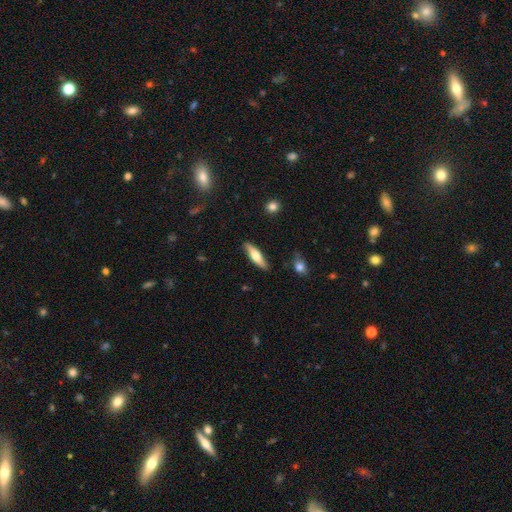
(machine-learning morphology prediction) Overall: smooth (62%; featured or disk 33%). How rounded: cigar-shaped (67%; in between 31%). Merging: none (85%).